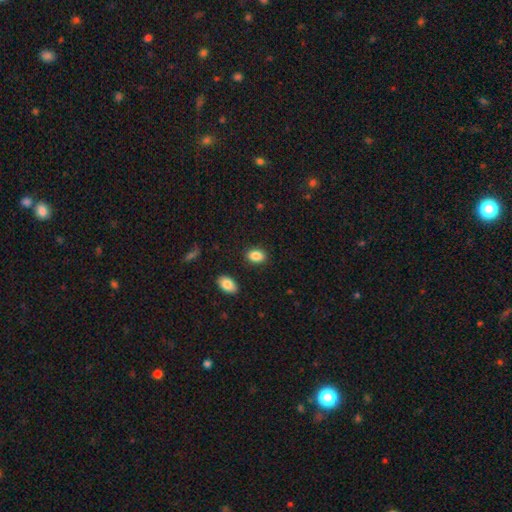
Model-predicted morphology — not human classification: smooth-or-featured: smooth: 86% | star or artifact: 8% | featured or disk: 6%
  how-rounded: in between: 82% | round: 17% | cigar-shaped: 1%
  merging: none: 87% | minor disturbance: 8% | merger: 2% | major disturbance: 2%